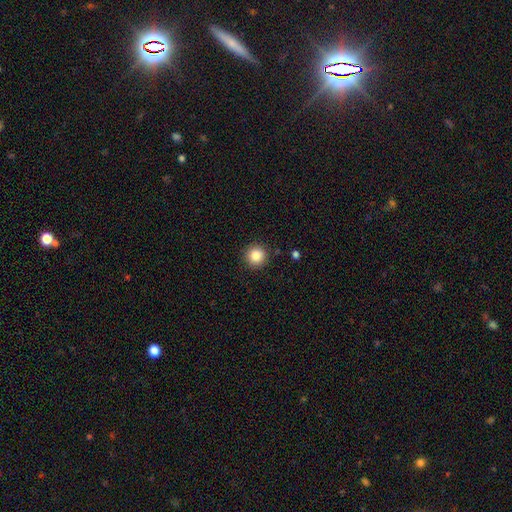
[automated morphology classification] Smooth or featured? Predicted: smooth (p=0.85). How rounded? Predicted: round (p=0.95). Merging? Predicted: none (p=0.90).